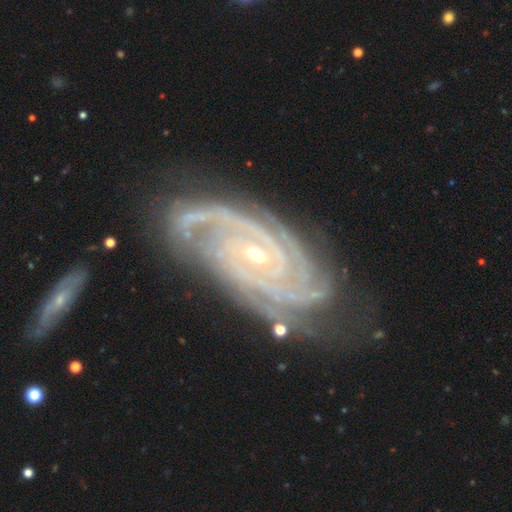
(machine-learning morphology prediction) smooth-or-featured: featured or disk: 93% | star or artifact: 4% | smooth: 3%
  disk-edge-on: no: 96% | yes: 4%
    bar: no: 51% | weak: 31% | strong: 18%
    has-spiral-arms: yes: 99% | no: 1%
      spiral-winding: tight: 78% | medium: 20% | loose: 3%
      spiral-arm-count: 3: 33% | 4: 22% | 2: 19% | can't tell: 11% | more than 4: 8% | 1: 7%
    bulge-size: small: 63% | moderate: 34% | large: 1% | none: 1% | dominant: 1%
  merging: none: 68% | minor disturbance: 21% | major disturbance: 7% | merger: 3%